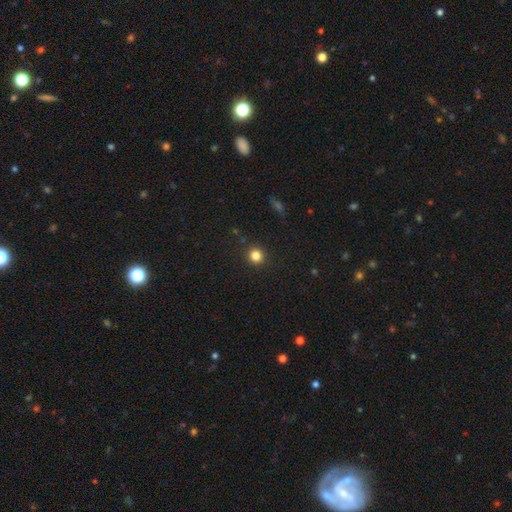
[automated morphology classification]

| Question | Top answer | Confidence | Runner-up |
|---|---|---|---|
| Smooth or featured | smooth | 83% | star or artifact (13%) |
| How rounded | round | 92% | in between (7%) |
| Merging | none | 91% | minor disturbance (6%) |